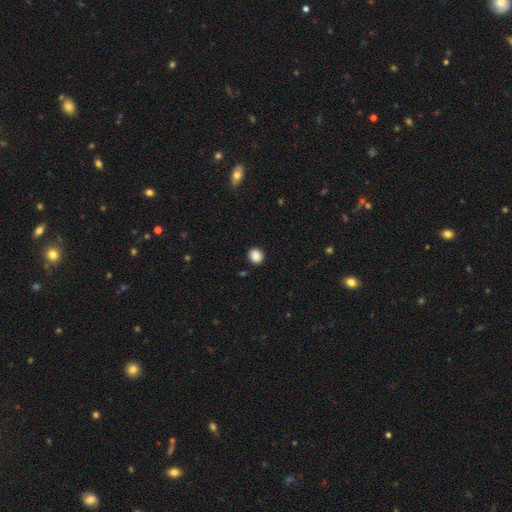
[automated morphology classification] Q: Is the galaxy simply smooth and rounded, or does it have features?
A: smooth — 88%.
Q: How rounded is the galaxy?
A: round — 76%.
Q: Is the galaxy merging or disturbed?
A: none — 90%.